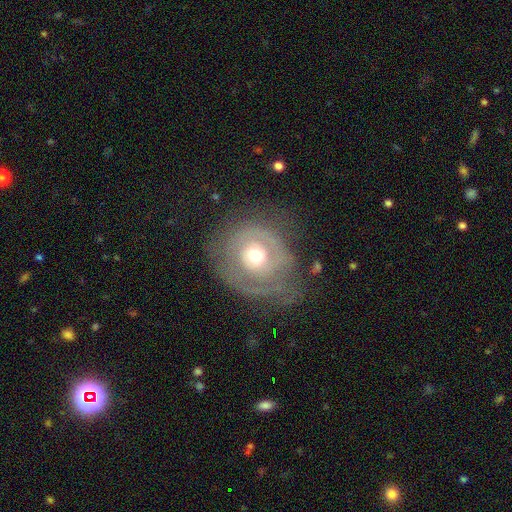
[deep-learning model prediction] Smooth or featured? featured or disk (61%)
Edge-on disk? no (96%)
Bar? no (80%)
Spiral arms? yes (59%)
Bulge size? moderate (70%)
Merging? none (48%)